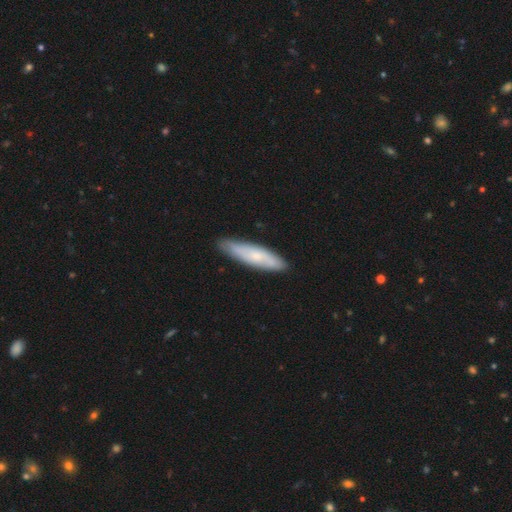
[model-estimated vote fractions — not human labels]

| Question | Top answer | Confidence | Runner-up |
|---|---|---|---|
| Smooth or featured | smooth | 60% | featured or disk (34%) |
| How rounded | cigar-shaped | 74% | in between (25%) |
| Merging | none | 85% | minor disturbance (12%) |